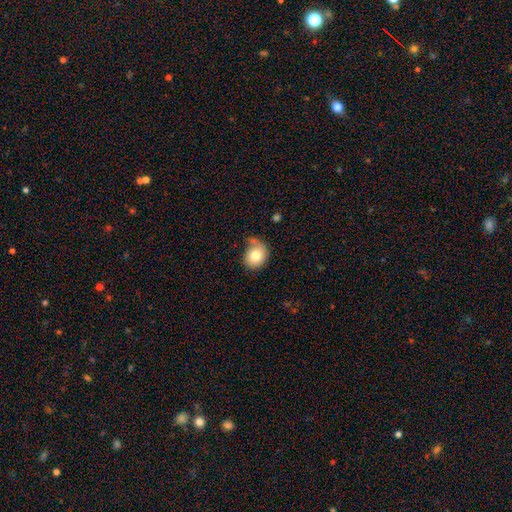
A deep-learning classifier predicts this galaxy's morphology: type=smooth (78%); roundness=round (70%); merging=none (53%).